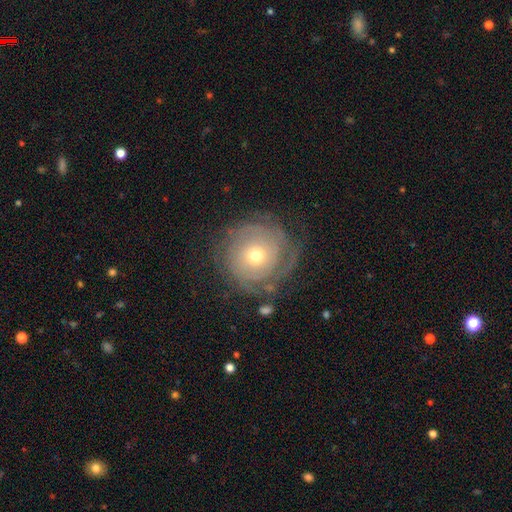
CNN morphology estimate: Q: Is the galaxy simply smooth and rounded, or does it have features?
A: featured or disk — 69%.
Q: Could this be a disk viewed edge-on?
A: no — 97%.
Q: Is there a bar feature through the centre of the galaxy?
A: no — 83%.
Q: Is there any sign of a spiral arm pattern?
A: yes — 83%.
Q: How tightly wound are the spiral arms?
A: tight — 77%.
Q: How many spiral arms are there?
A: can't tell — 45%.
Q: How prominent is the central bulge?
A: moderate — 55%.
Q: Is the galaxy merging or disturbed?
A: none — 72%.